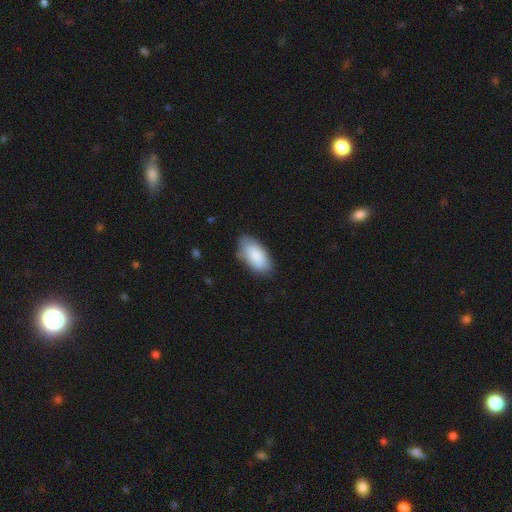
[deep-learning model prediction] Morphology: type=smooth (88%); roundness=in between (94%); merging=none (79%).